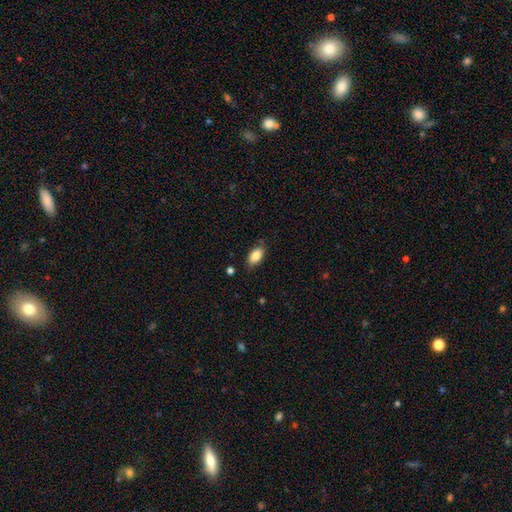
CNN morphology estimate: Overall: smooth (85%). How rounded: in between (91%). Merging: none (82%).